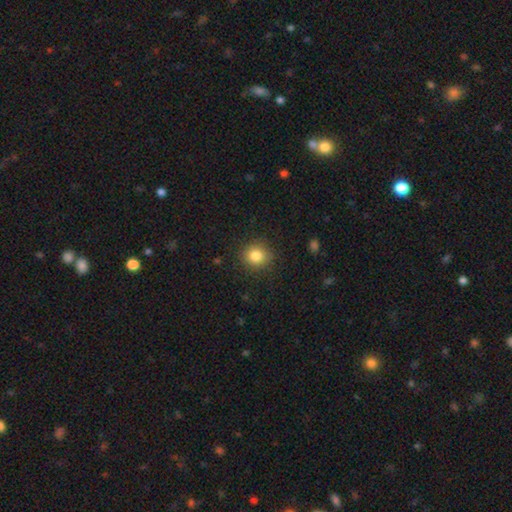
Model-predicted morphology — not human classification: smooth_or_featured: smooth (p=0.84) [alt: star or artifact p=0.11]
how_rounded: round (p=0.85) [alt: in between p=0.15]
merging: none (p=0.88) [alt: minor disturbance p=0.09]